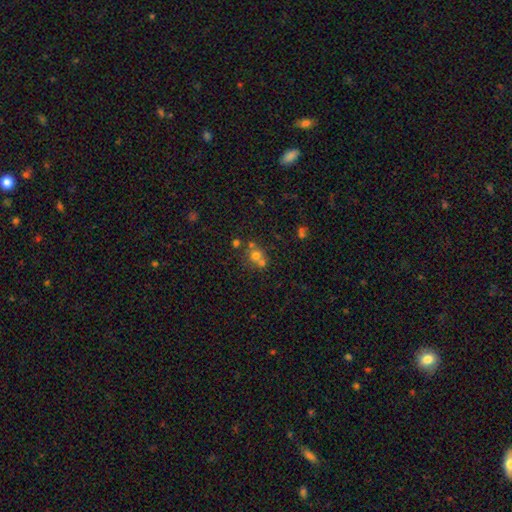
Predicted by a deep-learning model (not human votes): smooth-or-featured: smooth: 62% | star or artifact: 20% | featured or disk: 18%
  how-rounded: round: 82% | in between: 17% | cigar-shaped: 1%
  merging: none: 45% | merger: 43% | minor disturbance: 8% | major disturbance: 4%